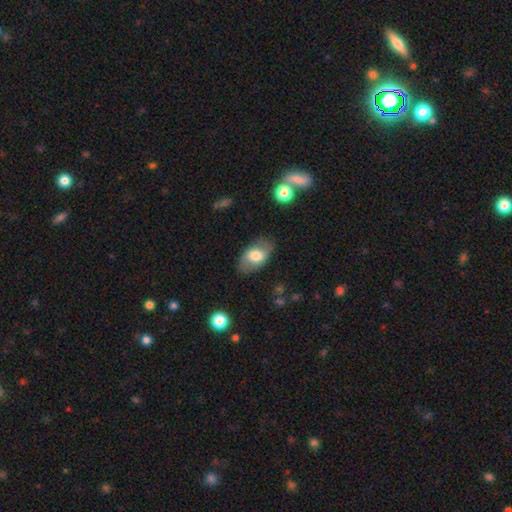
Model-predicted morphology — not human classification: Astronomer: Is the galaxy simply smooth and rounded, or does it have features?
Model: smooth — 61%.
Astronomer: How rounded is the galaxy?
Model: in between — 91%.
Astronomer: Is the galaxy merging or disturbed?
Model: none — 79%.